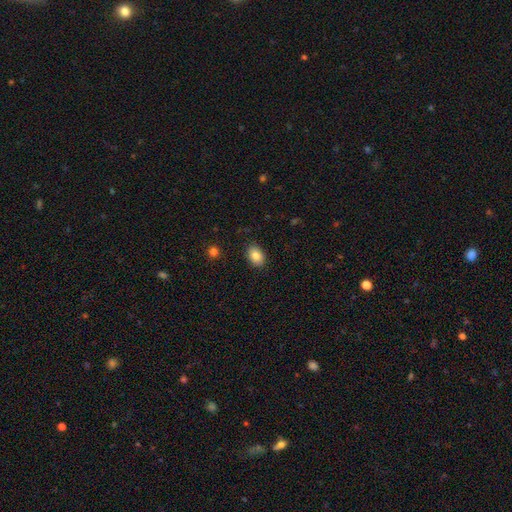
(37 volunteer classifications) Smooth or featured? smooth (97%)
How rounded? in between (72%)
Merging? none (78%)